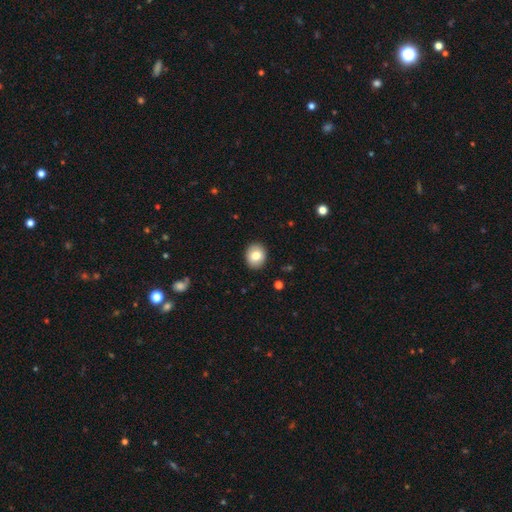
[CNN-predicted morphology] Smooth or featured?
  - smooth: 80% *
  - featured or disk: 11%
  - star or artifact: 8%
How rounded?
  - round: 66% *
  - in between: 33%
  - cigar-shaped: 1%
Merging?
  - none: 91% *
  - minor disturbance: 6%
  - major disturbance: 2%
  - merger: 1%